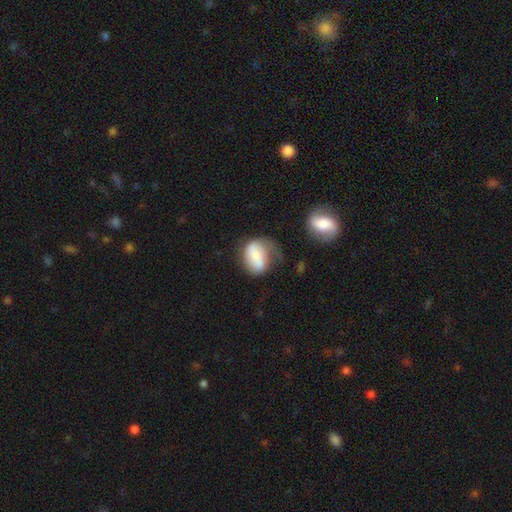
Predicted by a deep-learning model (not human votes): Morphology: type=smooth (54%); roundness=in between (66%); merging=none (35%).